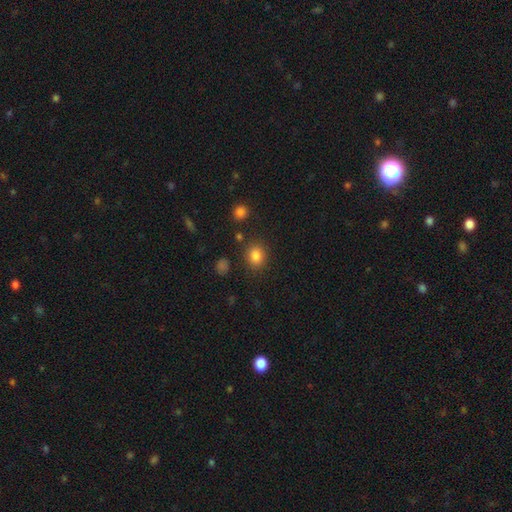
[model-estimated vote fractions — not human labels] Smooth or featured? smooth (84%)
How rounded? round (61%)
Merging? none (83%)